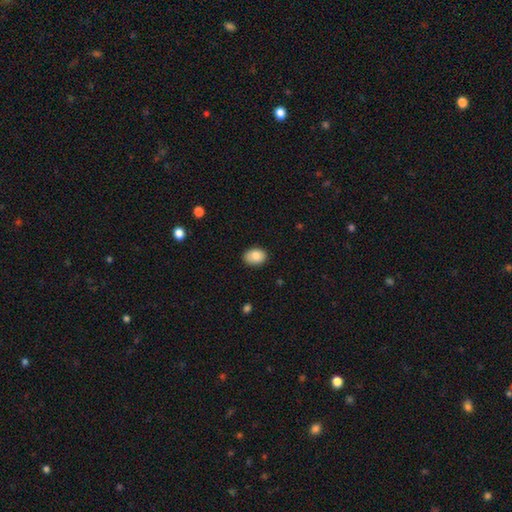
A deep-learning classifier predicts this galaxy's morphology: smooth 84%, featured or disk 9%, star or artifact 7%. Down the decision tree: how rounded — in between (73%); merging — none (85%).